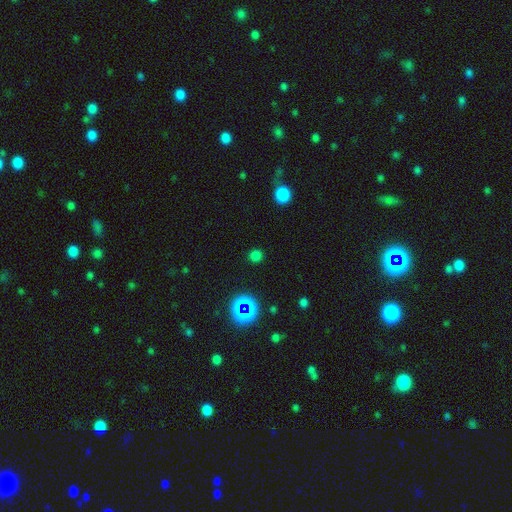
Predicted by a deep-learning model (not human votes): Smooth or featured: smooth — 68% (star or artifact — 28%)
How rounded: round — 92% (in between — 7%)
Merging: none — 89% (minor disturbance — 7%)